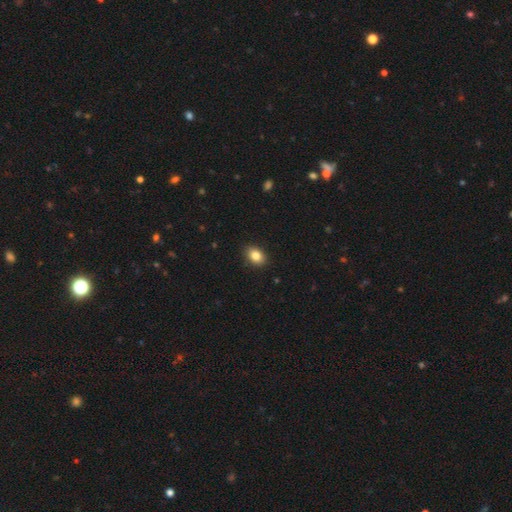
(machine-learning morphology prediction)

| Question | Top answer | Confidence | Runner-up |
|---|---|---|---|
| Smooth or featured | smooth | 85% | star or artifact (9%) |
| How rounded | in between | 75% | round (24%) |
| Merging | none | 89% | minor disturbance (8%) |